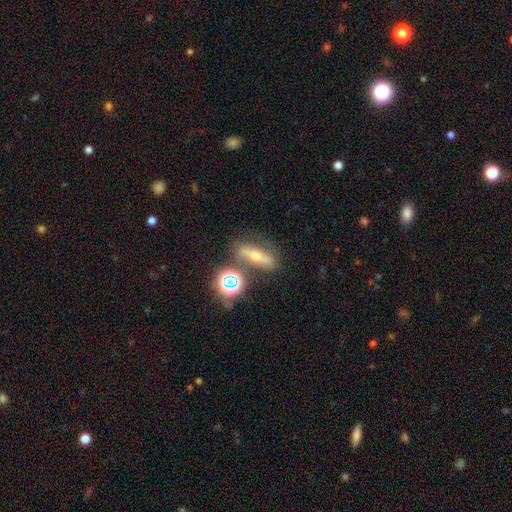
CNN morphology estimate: smooth_or_featured: featured or disk (p=0.42) [alt: smooth p=0.33]
merging: none (p=0.70) [alt: minor disturbance p=0.13]